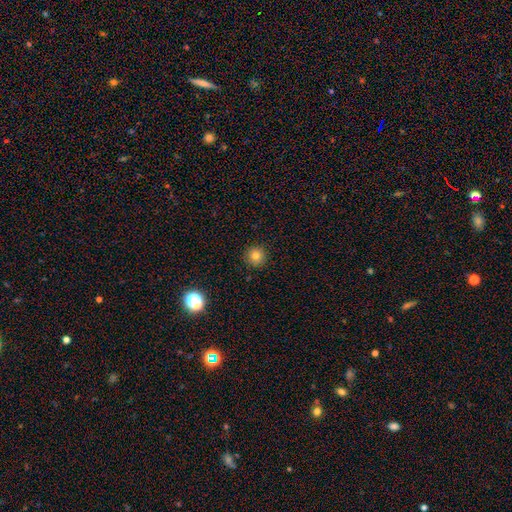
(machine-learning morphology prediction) smooth 80%, star or artifact 13%, featured or disk 7%. Down the decision tree: how rounded — round (95%); merging — none (92%).